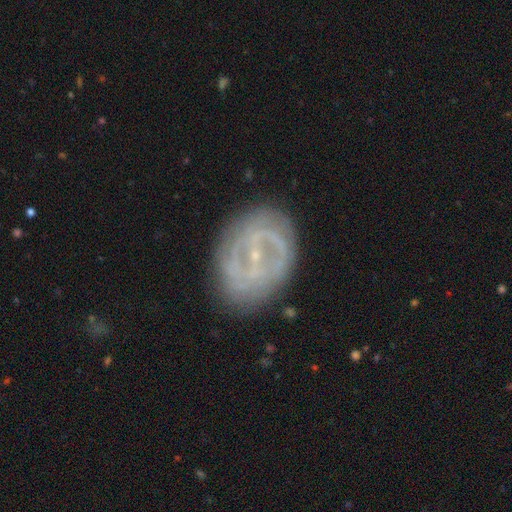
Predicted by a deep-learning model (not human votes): A featured or disk galaxy (78%) with a weak bar (42%), 2 (59%) tight (43%) spiral arms (72%) and a small central bulge (81%). Merging: none (79%).